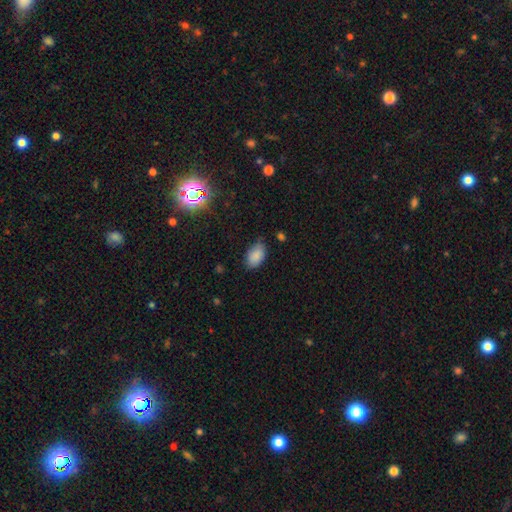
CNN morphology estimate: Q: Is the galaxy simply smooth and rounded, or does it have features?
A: smooth — 86%.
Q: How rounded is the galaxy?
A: in between — 92%.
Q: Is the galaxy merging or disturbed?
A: none — 72%.